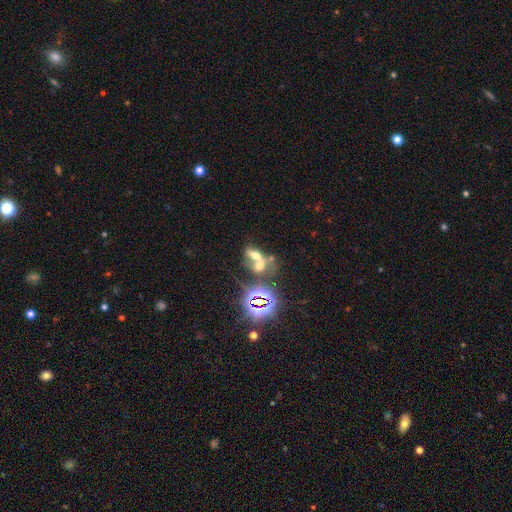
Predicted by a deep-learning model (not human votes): Smooth or featured: smooth — 46% (featured or disk — 27%)
Merging: merger — 67% (none — 20%)